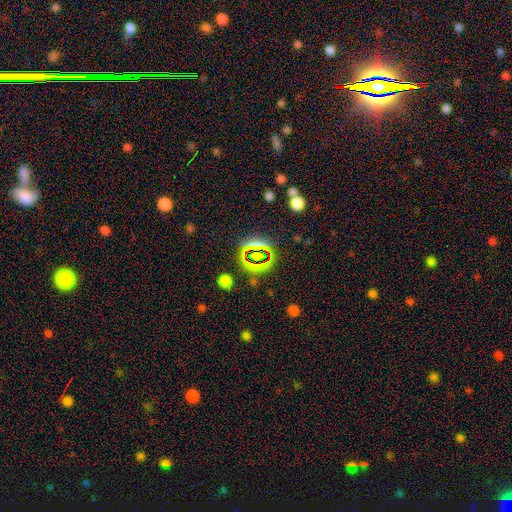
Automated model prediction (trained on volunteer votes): This appears to be a star or artifact, not a galaxy (65%).